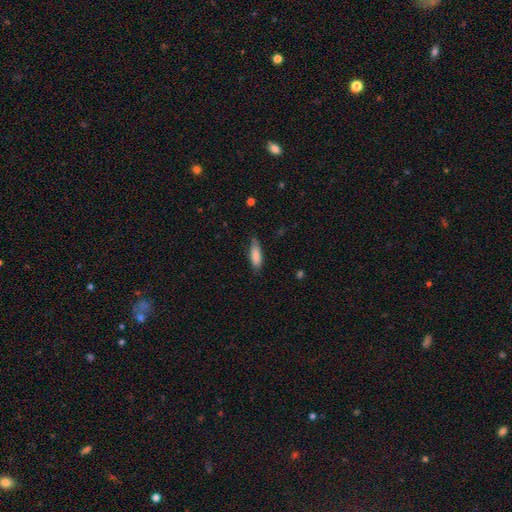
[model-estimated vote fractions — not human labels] Smooth or featured: smooth — 83% (featured or disk — 10%)
How rounded: in between — 56% (cigar-shaped — 42%)
Merging: none — 72% (minor disturbance — 23%)